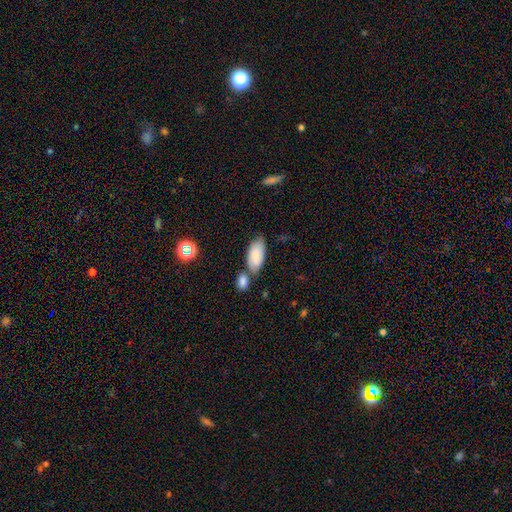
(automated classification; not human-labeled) Smooth or featured? Predicted: smooth (p=0.83). How rounded? Predicted: in between (p=0.93). Merging? Predicted: none (p=0.56).